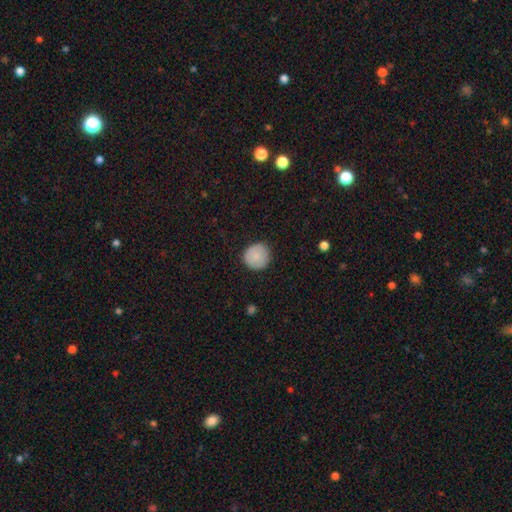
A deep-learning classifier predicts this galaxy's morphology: type=smooth (87%); roundness=round (93%); merging=none (87%).